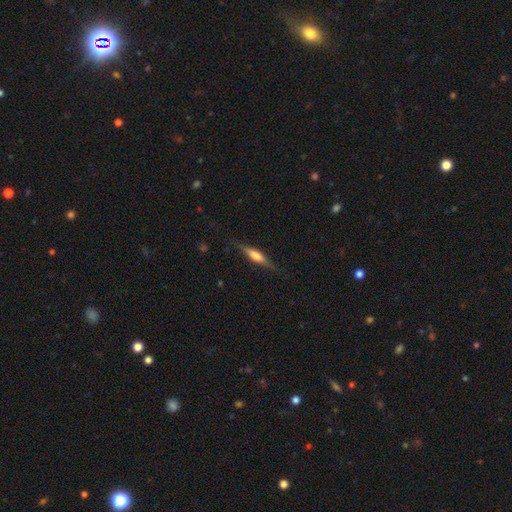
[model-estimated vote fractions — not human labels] Smooth or featured? Predicted: featured or disk (p=0.52). Edge-on disk? Predicted: yes (p=0.94). Merging? Predicted: none (p=0.81).